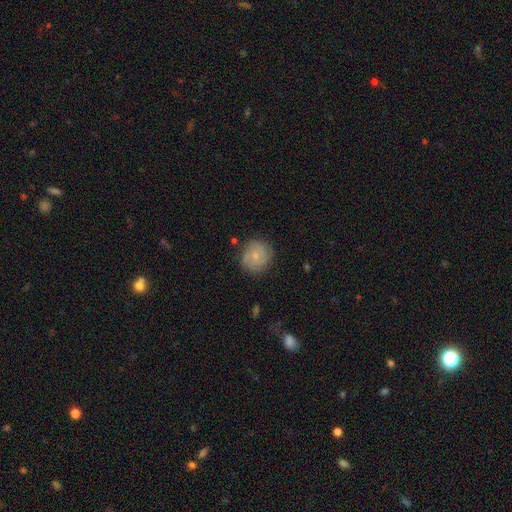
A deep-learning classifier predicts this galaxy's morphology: smooth-or-featured: smooth: 62% | featured or disk: 31% | star or artifact: 8%
  how-rounded: round: 87% | in between: 12% | cigar-shaped: 1%
  merging: none: 79% | minor disturbance: 15% | major disturbance: 4% | merger: 2%